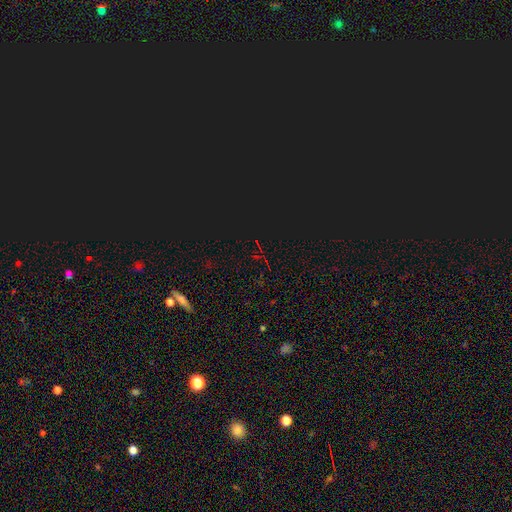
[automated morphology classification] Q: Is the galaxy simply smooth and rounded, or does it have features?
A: star or artifact — 81%.